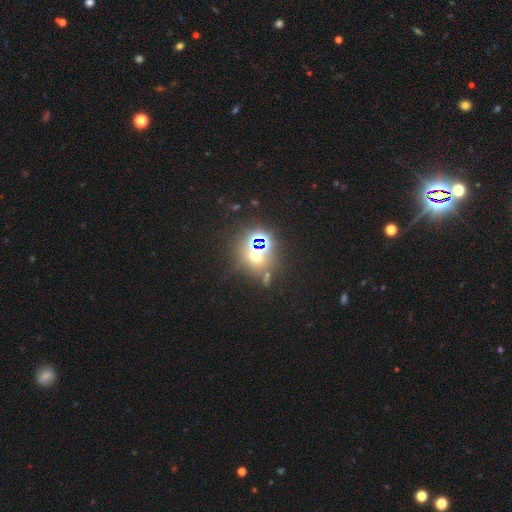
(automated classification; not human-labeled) smooth-or-featured: star or artifact: 56% | smooth: 33% | featured or disk: 11%